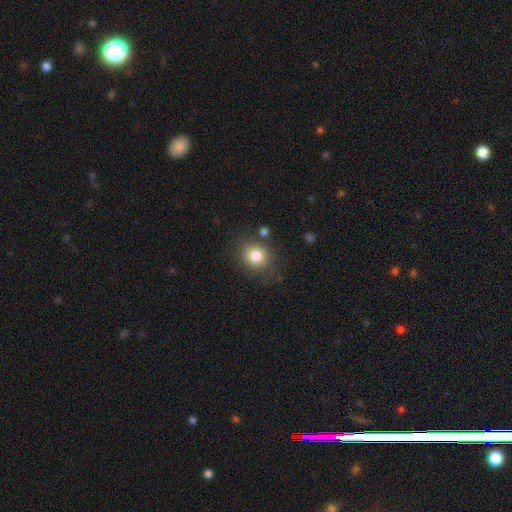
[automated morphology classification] smooth_or_featured: smooth (p=0.81) [alt: star or artifact p=0.11]
how_rounded: round (p=0.80) [alt: in between p=0.19]
merging: none (p=0.80) [alt: minor disturbance p=0.12]